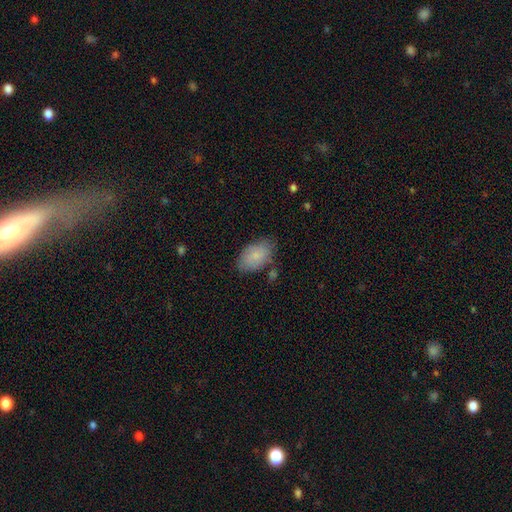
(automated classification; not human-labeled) This appears to be a smooth galaxy with no disk features (82%) that is in between round and cigar-shaped (93%). Merging: none (72%).